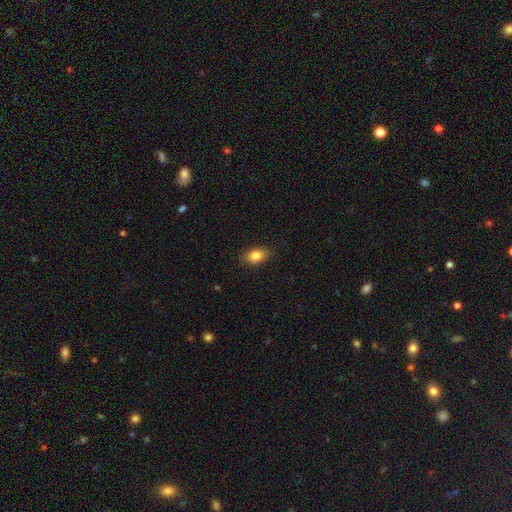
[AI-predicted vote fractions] Smooth or featured? Predicted: smooth (p=0.83). How rounded? Predicted: in between (p=0.81). Merging? Predicted: none (p=0.86).